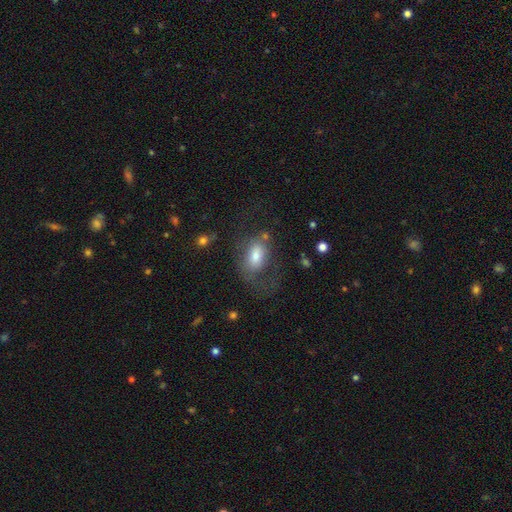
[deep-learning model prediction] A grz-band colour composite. It shows a smooth galaxy with no disk features (66%) that is in between round and cigar-shaped (85%). Merging: none (38%).